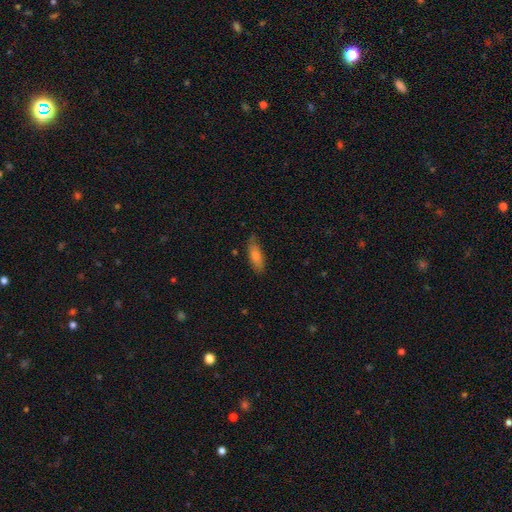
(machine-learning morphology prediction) This appears to be a smooth galaxy with no disk features (70%) that is in between round and cigar-shaped (63%). Merging: none (76%).